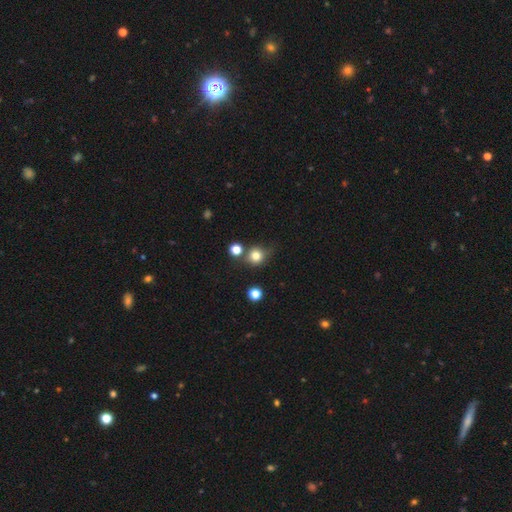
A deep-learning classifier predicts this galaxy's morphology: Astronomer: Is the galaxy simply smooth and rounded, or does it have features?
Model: smooth — 79%.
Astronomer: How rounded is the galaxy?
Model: round — 86%.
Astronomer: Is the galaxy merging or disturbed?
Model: none — 68%.